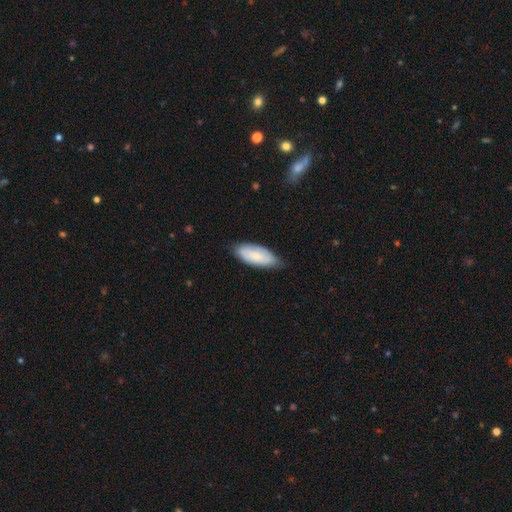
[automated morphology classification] smooth 73%, featured or disk 21%, star or artifact 6%. Down the decision tree: how rounded — in between (87%); merging — none (72%).